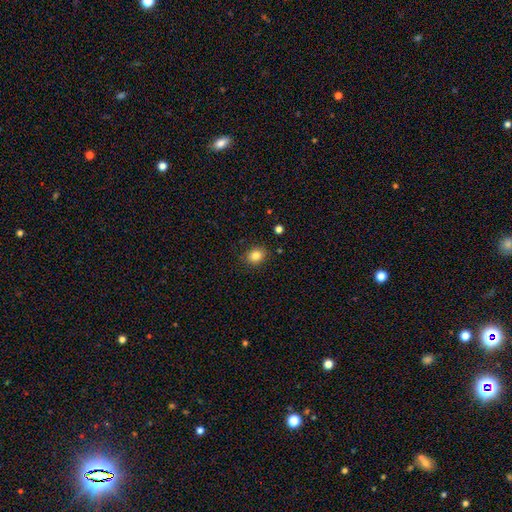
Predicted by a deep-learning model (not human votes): Morphology: type=smooth (85%); roundness=round (58%); merging=none (86%).